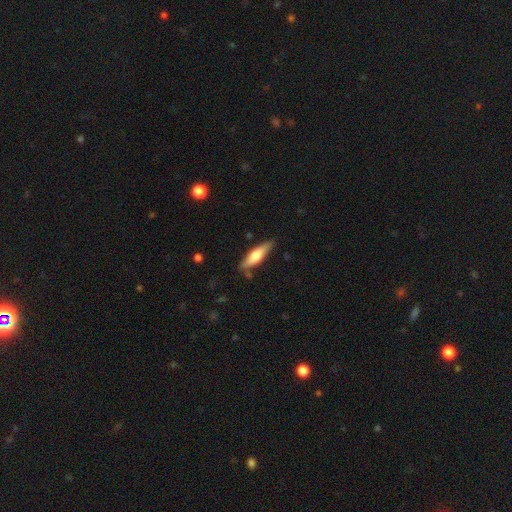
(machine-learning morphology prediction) smooth-or-featured: smooth: 55% | featured or disk: 40% | star or artifact: 5%
  how-rounded: cigar-shaped: 60% | in between: 38% | round: 2%
  merging: none: 80% | minor disturbance: 15% | major disturbance: 3% | merger: 3%